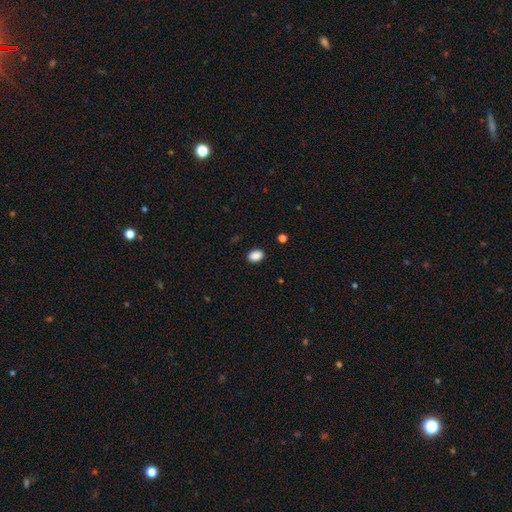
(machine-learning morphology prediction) A smooth galaxy with no disk features (89%) that is in between round and cigar-shaped (79%).

Vote fractions:
- Smooth or featured? smooth: 89% / star or artifact: 8% / featured or disk: 3%
- How rounded? in between: 79% / round: 20% / cigar-shaped: 1%
- Merging? none: 88% / minor disturbance: 9% / major disturbance: 2% / merger: 1%